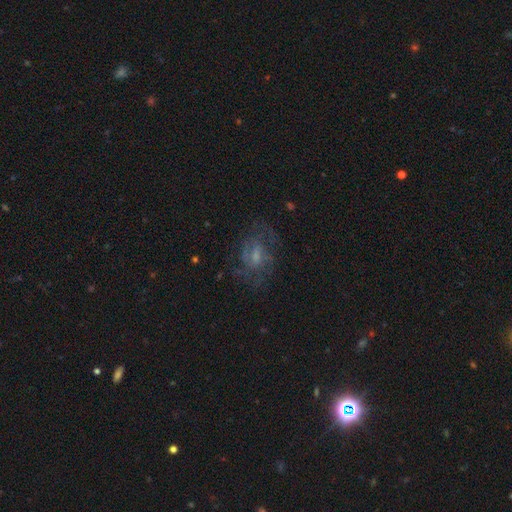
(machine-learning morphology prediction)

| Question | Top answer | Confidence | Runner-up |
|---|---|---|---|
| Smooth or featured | featured or disk | 65% | smooth (23%) |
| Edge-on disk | no | 96% | yes (4%) |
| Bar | weak | 48% | no (43%) |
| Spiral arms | yes | 77% | no (23%) |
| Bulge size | small | 41% | moderate (35%) |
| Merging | none | 61% | minor disturbance (19%) |